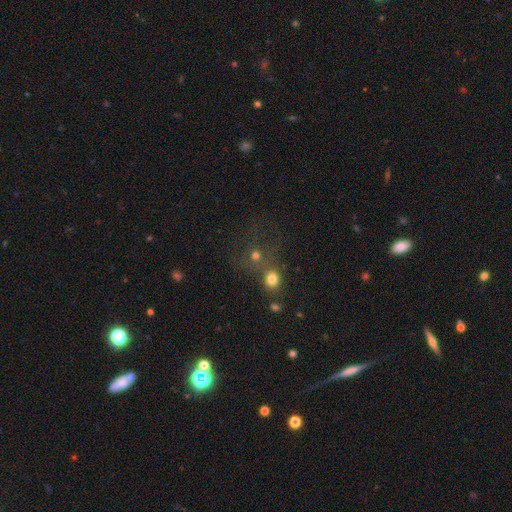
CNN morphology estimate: Smooth or featured? smooth (67%)
How rounded? round (85%)
Merging? none (49%)